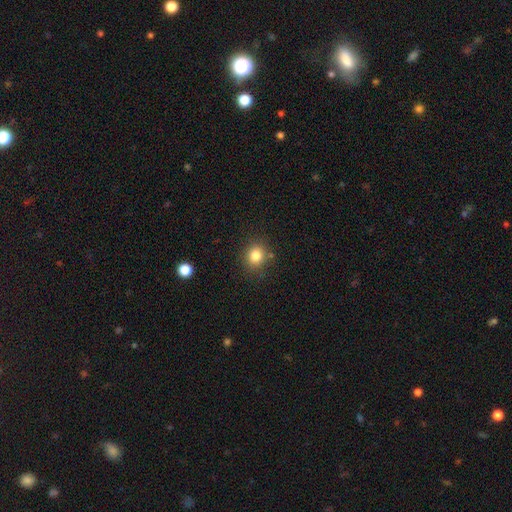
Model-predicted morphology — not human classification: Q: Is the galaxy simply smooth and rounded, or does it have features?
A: smooth — 83%.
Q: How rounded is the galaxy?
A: round — 79%.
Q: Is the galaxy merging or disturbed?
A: none — 83%.